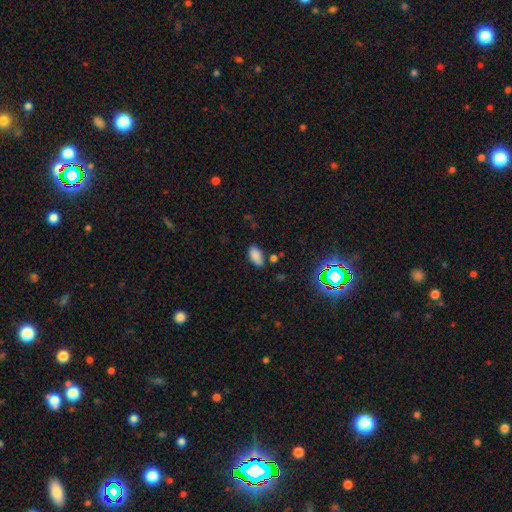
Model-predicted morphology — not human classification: Smooth or featured?
  - smooth: 83% *
  - star or artifact: 12%
  - featured or disk: 5%
How rounded?
  - in between: 92% *
  - cigar-shaped: 4%
  - round: 4%
Merging?
  - none: 76% *
  - minor disturbance: 15%
  - merger: 5%
  - major disturbance: 3%